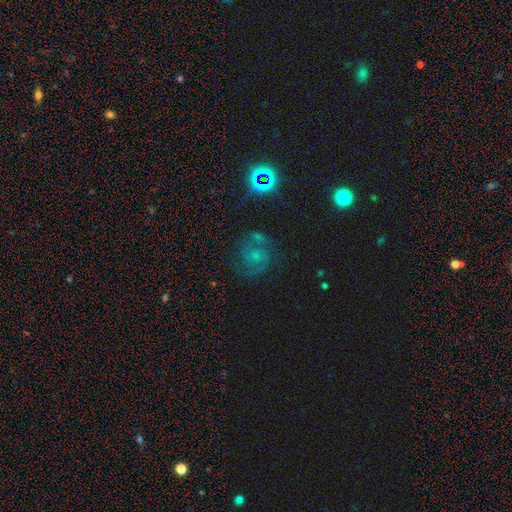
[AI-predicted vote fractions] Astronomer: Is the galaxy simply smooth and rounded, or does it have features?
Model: featured or disk — 66%.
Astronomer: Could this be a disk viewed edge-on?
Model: no — 98%.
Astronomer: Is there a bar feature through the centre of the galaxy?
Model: no — 67%.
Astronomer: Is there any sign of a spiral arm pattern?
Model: yes — 93%.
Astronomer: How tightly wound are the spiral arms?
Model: medium — 49% (runner-up: tight, 39%).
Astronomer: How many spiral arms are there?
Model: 2 — 70%.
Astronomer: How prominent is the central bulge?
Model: small — 60%.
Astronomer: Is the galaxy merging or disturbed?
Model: none — 64%.